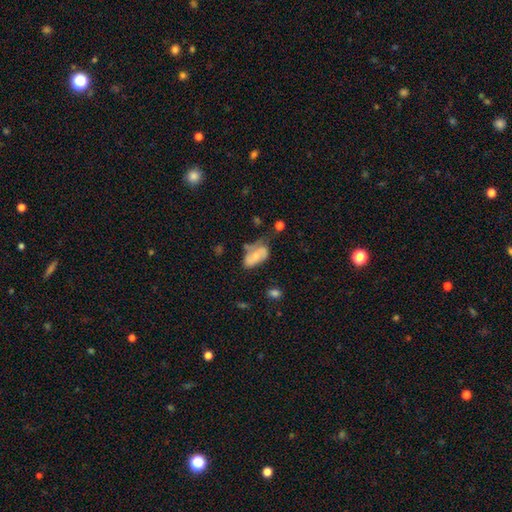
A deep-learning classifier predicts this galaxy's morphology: A smooth galaxy with no disk features (54%) that is in between round and cigar-shaped (91%).

Vote fractions:
- Smooth or featured? smooth: 54% / featured or disk: 39% / star or artifact: 8%
- How rounded? in between: 91% / round: 5% / cigar-shaped: 3%
- Merging? minor disturbance: 34% / none: 33% / major disturbance: 22% / merger: 10%